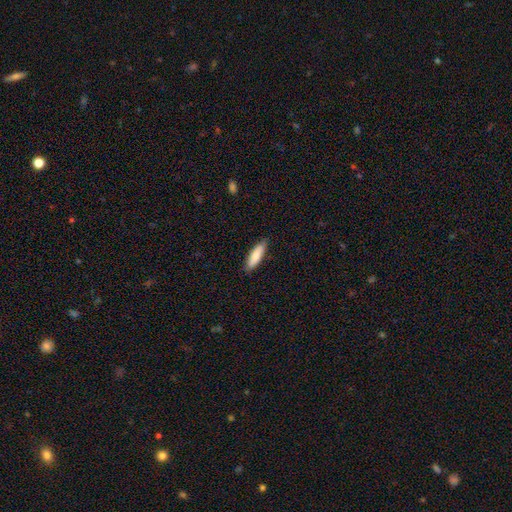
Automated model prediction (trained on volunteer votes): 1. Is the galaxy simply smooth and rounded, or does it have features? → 83% smooth, 12% featured or disk, 5% star or artifact.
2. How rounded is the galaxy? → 58% cigar-shaped, 40% in between, 1% round.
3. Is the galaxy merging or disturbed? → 84% none, 13% minor disturbance, 2% major disturbance, 1% merger.